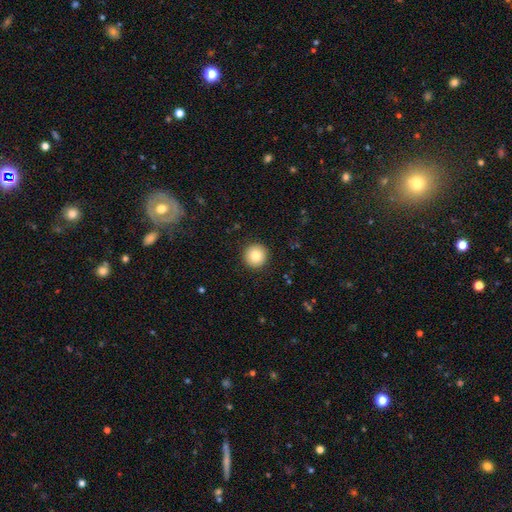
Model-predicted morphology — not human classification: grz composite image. It shows a smooth galaxy with no disk features (83%) that is round (96%). Merging: none (93%).